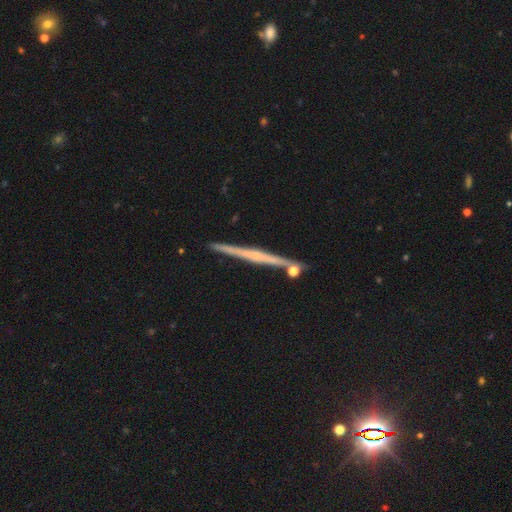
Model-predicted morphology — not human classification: type=featured or disk (65%); edge-on=yes (98%); edge-on bulge=none (63%); merging=none (87%).